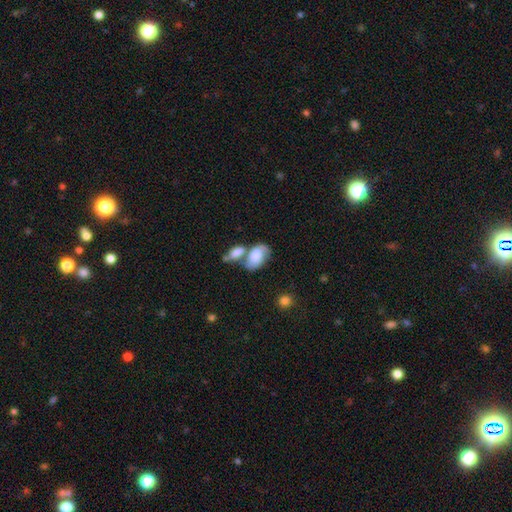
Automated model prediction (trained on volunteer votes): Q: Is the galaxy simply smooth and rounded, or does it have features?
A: smooth — 63%.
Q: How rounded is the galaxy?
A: in between — 89%.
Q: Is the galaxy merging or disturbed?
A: merger — 53%.